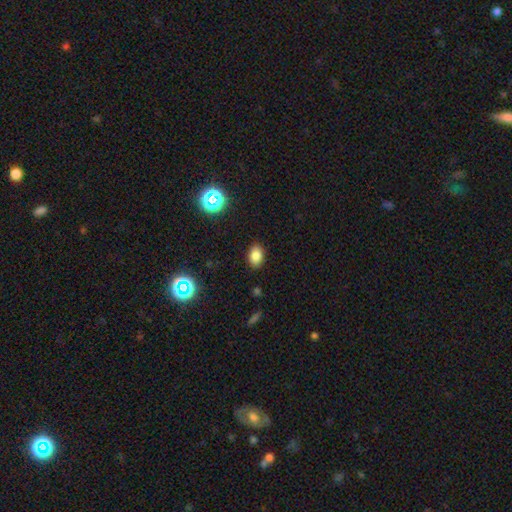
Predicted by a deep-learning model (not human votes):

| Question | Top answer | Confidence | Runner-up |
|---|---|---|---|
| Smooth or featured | smooth | 81% | star or artifact (13%) |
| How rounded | in between | 80% | round (19%) |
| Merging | none | 88% | minor disturbance (8%) |